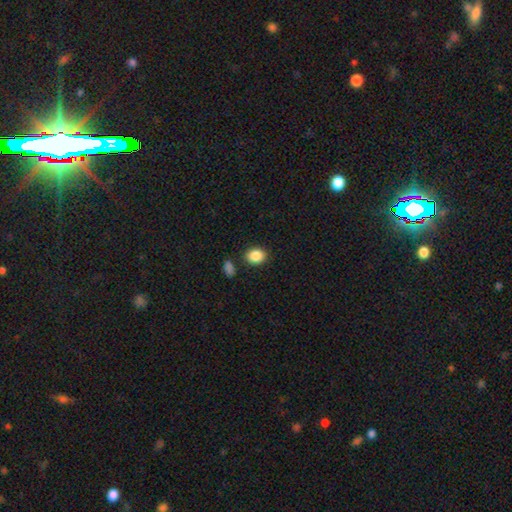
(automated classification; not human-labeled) A smooth galaxy with no disk features (87%) that is in between round and cigar-shaped (54%).

Vote fractions:
- Smooth or featured? smooth: 87% / star or artifact: 9% / featured or disk: 4%
- How rounded? in between: 54% / round: 45% / cigar-shaped: 1%
- Merging? none: 83% / minor disturbance: 9% / merger: 5% / major disturbance: 3%